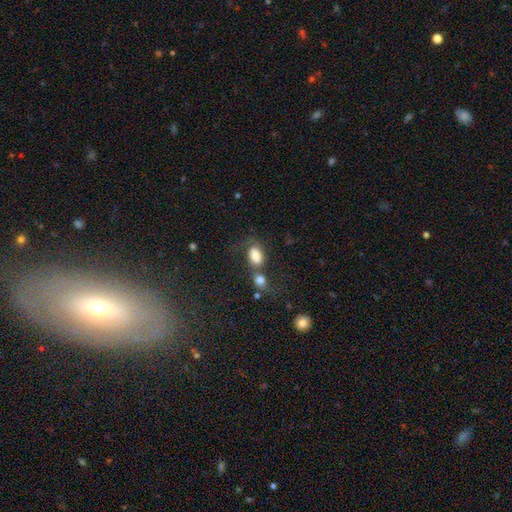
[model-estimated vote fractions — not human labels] smooth 73%, featured or disk 17%, star or artifact 10%. Down the decision tree: how rounded — in between (82%); merging — merger (52%).